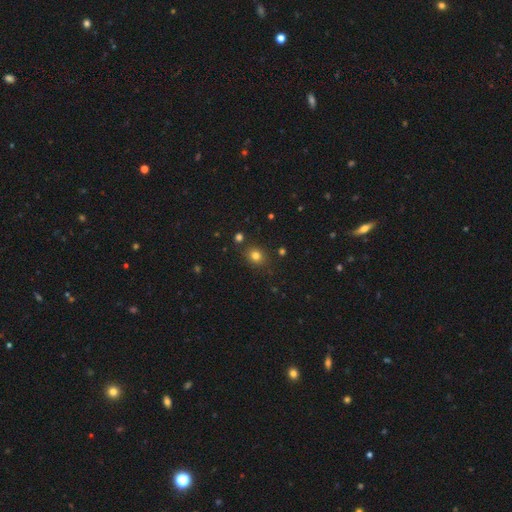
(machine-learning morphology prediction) smooth-or-featured: smooth: 79% | star or artifact: 15% | featured or disk: 6%
  how-rounded: round: 70% | in between: 29% | cigar-shaped: 1%
  merging: none: 84% | minor disturbance: 10% | merger: 4% | major disturbance: 3%